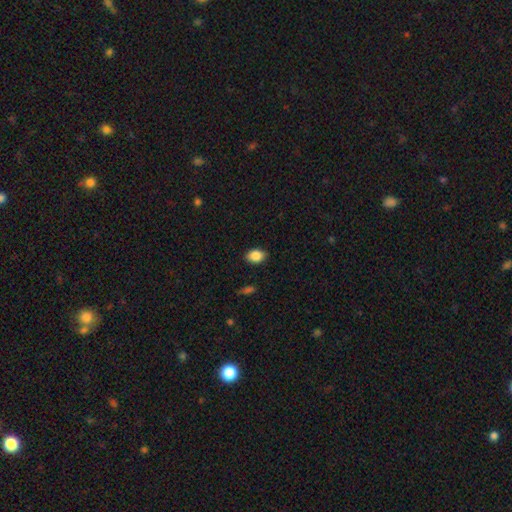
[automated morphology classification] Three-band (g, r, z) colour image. It shows a smooth galaxy with no disk features (87%) that is in between round and cigar-shaped (77%). Merging: none (86%).